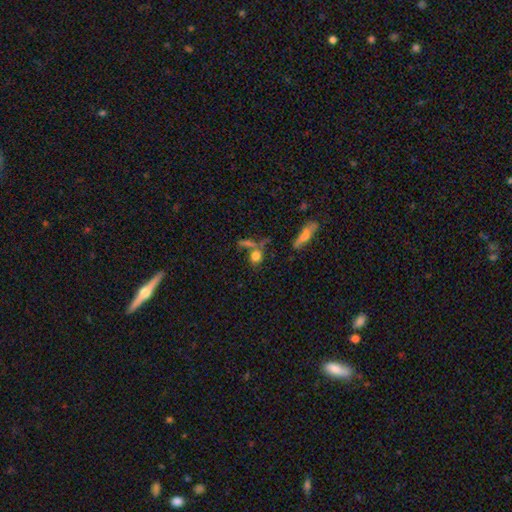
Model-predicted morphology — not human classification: Smooth or featured? smooth (75%)
How rounded? round (62%)
Merging? none (53%)